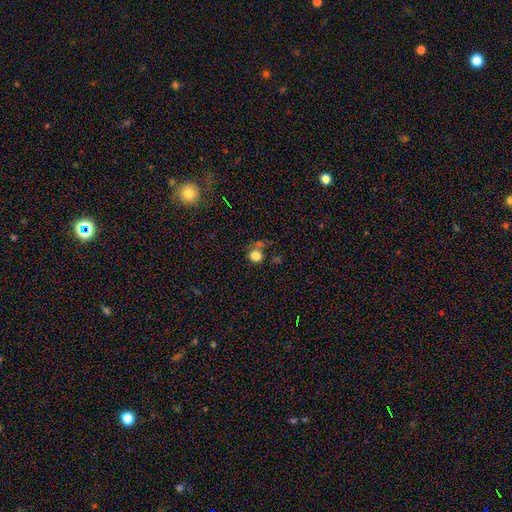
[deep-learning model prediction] A smooth galaxy with no disk features (81%) that is round (82%).

Vote fractions:
- Smooth or featured? smooth: 81% / star or artifact: 12% / featured or disk: 7%
- How rounded? round: 82% / in between: 17% / cigar-shaped: 1%
- Merging? none: 56% / merger: 19% / minor disturbance: 16% / major disturbance: 9%